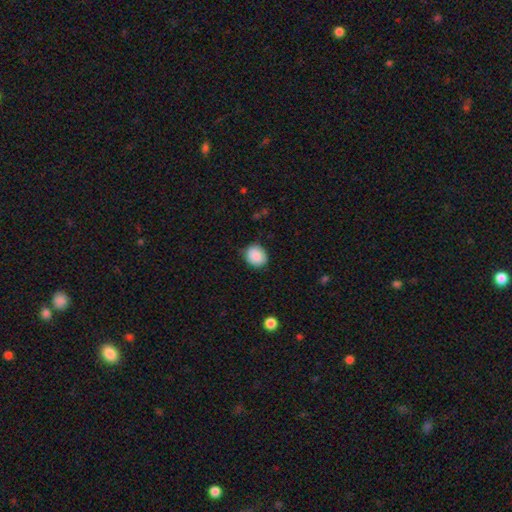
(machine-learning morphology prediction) Smooth or featured? Predicted: smooth (p=0.87). How rounded? Predicted: round (p=0.65). Merging? Predicted: none (p=0.81).